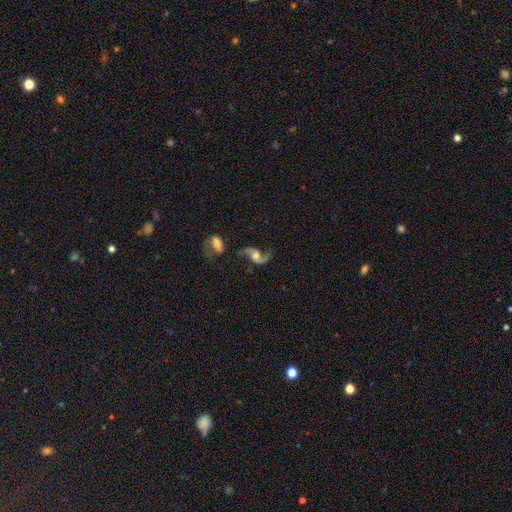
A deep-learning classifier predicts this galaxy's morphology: Q: Smooth or featured?
A: featured or disk (87%); runner-up: smooth (7%)
Q: Edge-on disk?
A: no (97%); runner-up: yes (3%)
Q: Bar?
A: no (62%); runner-up: weak (30%)
Q: Spiral arms?
A: yes (96%); runner-up: no (4%)
Q: Spiral winding?
A: loose (77%); runner-up: medium (19%)
Q: Spiral arm count?
A: 2 (92%); runner-up: 1 (4%)
Q: Bulge size?
A: moderate (56%); runner-up: small (19%)
Q: Merging?
A: none (63%); runner-up: minor disturbance (17%)